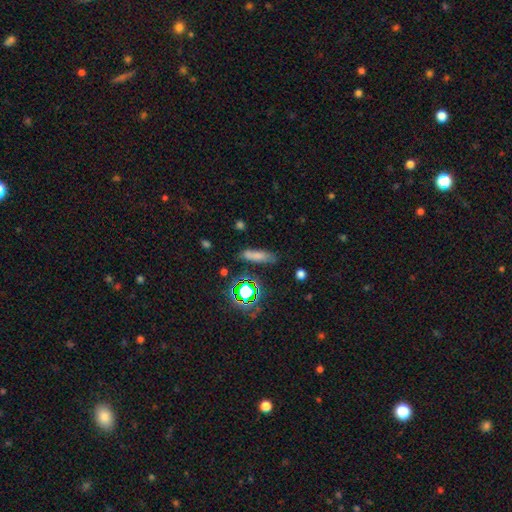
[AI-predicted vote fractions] Smooth or featured?
  - smooth: 68% *
  - star or artifact: 19%
  - featured or disk: 13%
How rounded?
  - cigar-shaped: 57% *
  - in between: 38%
  - round: 5%
Merging?
  - none: 68% *
  - minor disturbance: 21%
  - major disturbance: 7%
  - merger: 5%